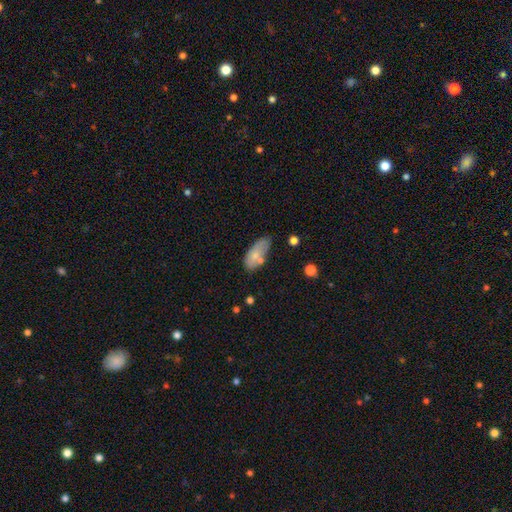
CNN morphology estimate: The model was most divided on "merging": none: 55%, minor disturbance: 26%, merger: 12%, major disturbance: 7%. More confident: how rounded — in between (87%); smooth or featured — smooth (74%).